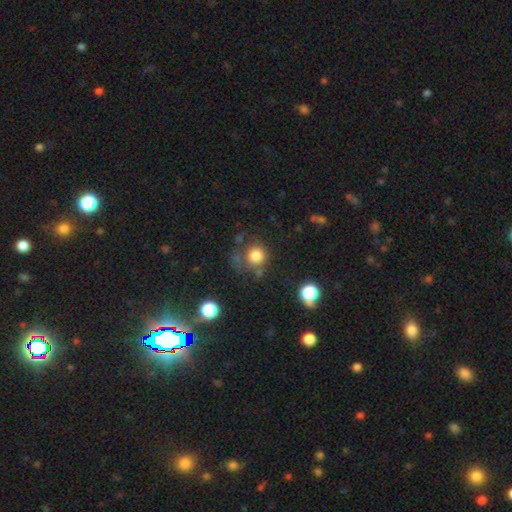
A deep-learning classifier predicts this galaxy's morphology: A smooth galaxy with no disk features (79%) that is round (90%). Merging: none (60%).